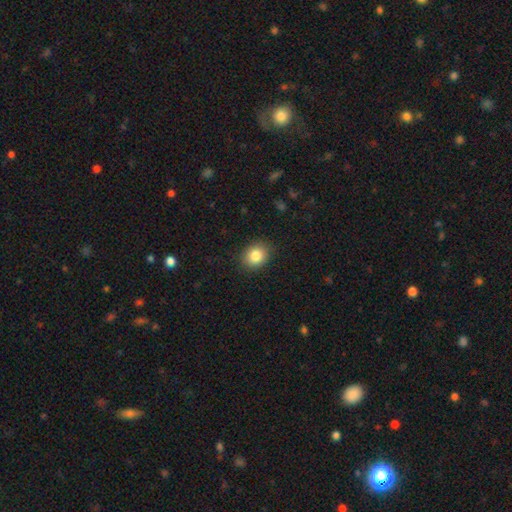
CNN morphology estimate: Smooth or featured?
  - smooth: 84% *
  - star or artifact: 9%
  - featured or disk: 6%
How rounded?
  - round: 61% *
  - in between: 38%
  - cigar-shaped: 1%
Merging?
  - none: 88% *
  - minor disturbance: 9%
  - major disturbance: 2%
  - merger: 1%